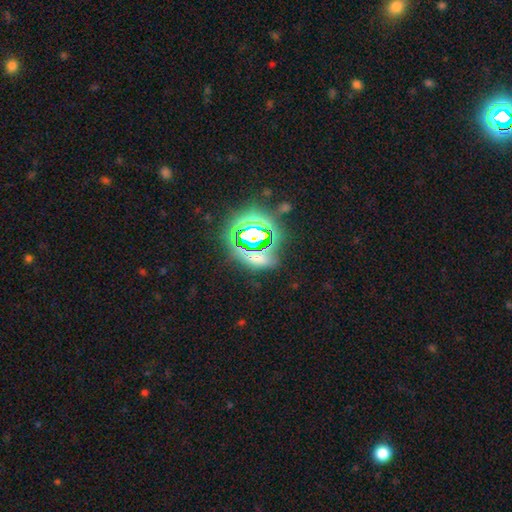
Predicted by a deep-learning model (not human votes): Smooth or featured?
  - star or artifact: 64% *
  - smooth: 26%
  - featured or disk: 10%